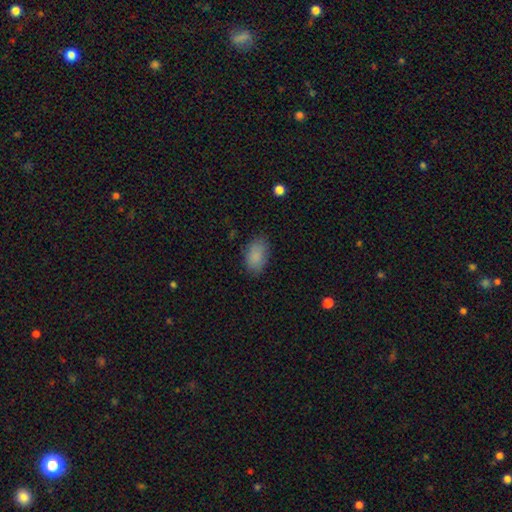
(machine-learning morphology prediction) Smooth or featured?
  - smooth: 87% *
  - star or artifact: 8%
  - featured or disk: 5%
How rounded?
  - in between: 91% *
  - round: 7%
  - cigar-shaped: 2%
Merging?
  - none: 80% *
  - minor disturbance: 15%
  - major disturbance: 4%
  - merger: 1%